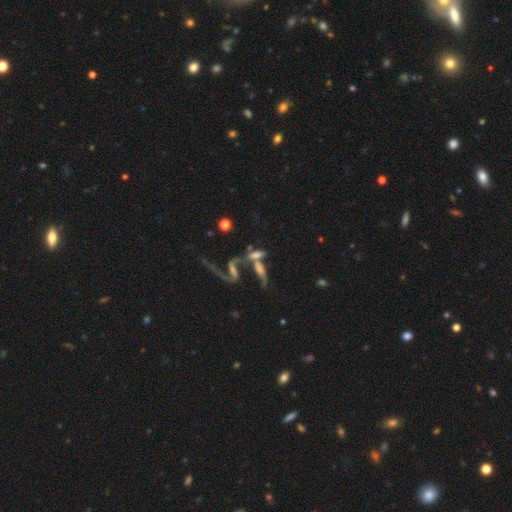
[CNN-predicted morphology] Smooth or featured? Predicted: featured or disk (p=0.56). Edge-on disk? Predicted: no (p=0.79). Merging? Predicted: merger (p=0.56).